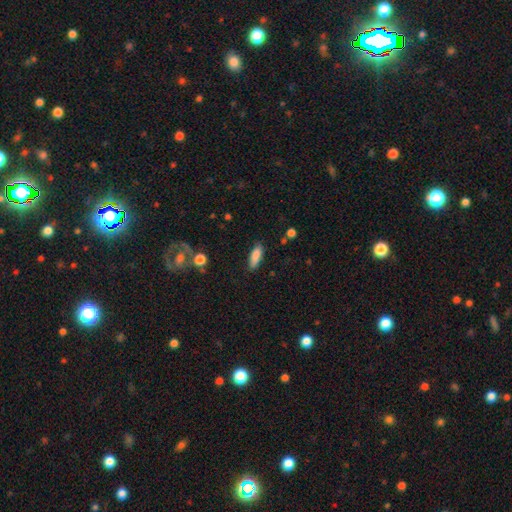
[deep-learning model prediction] smooth_or_featured: smooth (p=0.85) [alt: featured or disk p=0.08]
how_rounded: in between (p=0.57) [alt: cigar-shaped p=0.41]
merging: none (p=0.83) [alt: minor disturbance p=0.13]